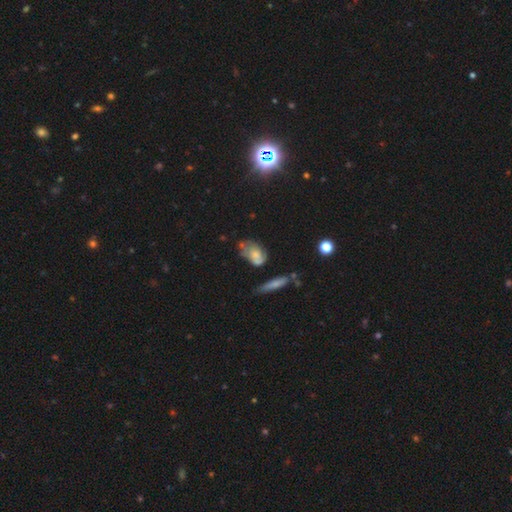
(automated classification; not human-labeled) smooth-or-featured: smooth: 49% | featured or disk: 41% | star or artifact: 10%
  merging: none: 38% | minor disturbance: 30% | major disturbance: 20% | merger: 12%